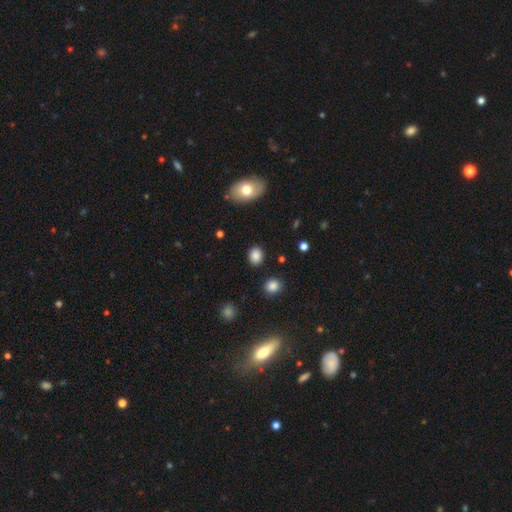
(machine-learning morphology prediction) Smooth or featured? Predicted: smooth (p=0.86). How rounded? Predicted: round (p=0.53). Merging? Predicted: none (p=0.88).